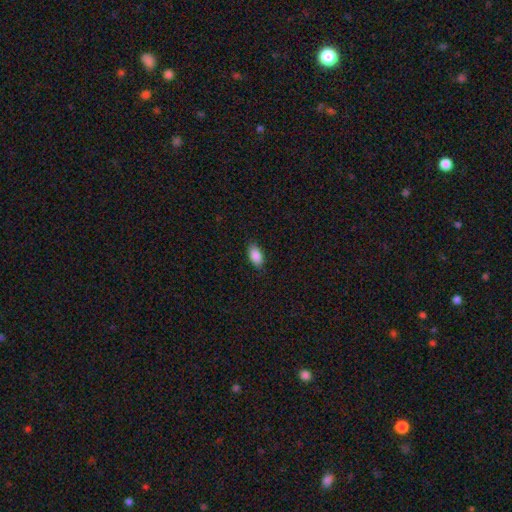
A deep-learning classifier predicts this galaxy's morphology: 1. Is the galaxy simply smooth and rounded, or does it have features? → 89% smooth, 7% star or artifact, 4% featured or disk.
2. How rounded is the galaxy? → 93% in between, 4% round, 3% cigar-shaped.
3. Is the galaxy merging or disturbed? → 85% none, 11% minor disturbance, 2% major disturbance, 1% merger.